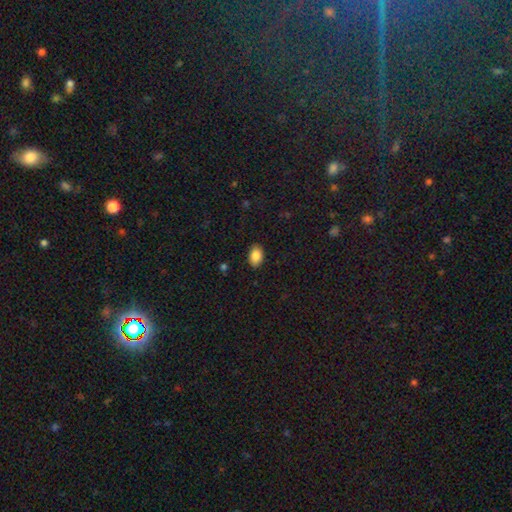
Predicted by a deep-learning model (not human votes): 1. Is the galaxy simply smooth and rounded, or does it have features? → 87% smooth, 8% star or artifact, 5% featured or disk.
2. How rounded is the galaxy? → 87% in between, 11% round, 1% cigar-shaped.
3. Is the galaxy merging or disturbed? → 88% none, 9% minor disturbance, 2% major disturbance, 1% merger.